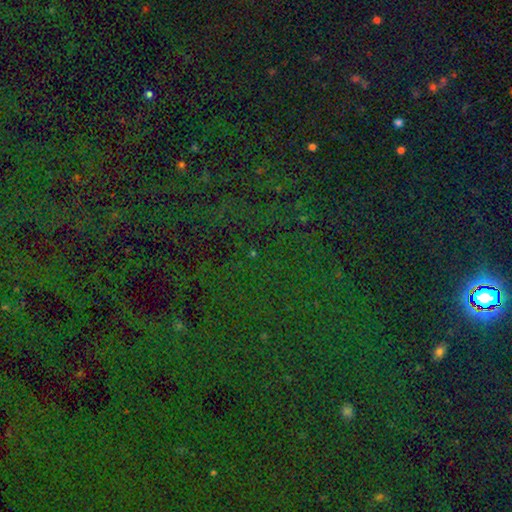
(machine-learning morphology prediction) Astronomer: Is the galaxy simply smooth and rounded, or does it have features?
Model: star or artifact — 84%.